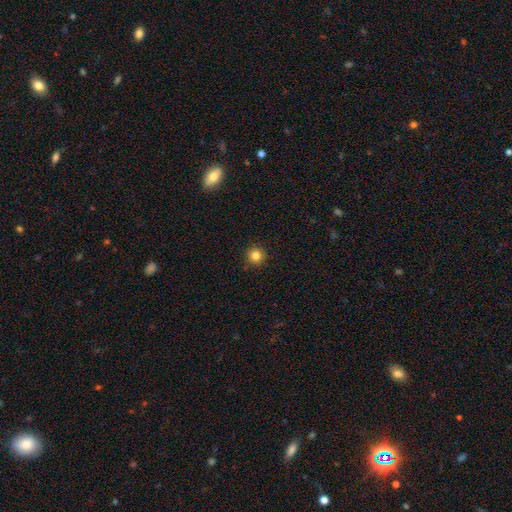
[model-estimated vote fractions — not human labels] This is clearly a smooth galaxy (83%). How rounded: clearly round (96%). Merging: clearly none (92%).